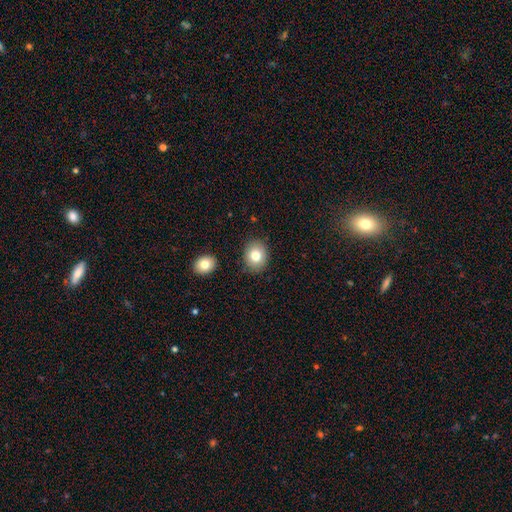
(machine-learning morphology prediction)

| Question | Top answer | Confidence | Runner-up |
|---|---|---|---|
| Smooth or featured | smooth | 79% | featured or disk (11%) |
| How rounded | round | 59% | in between (40%) |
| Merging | none | 85% | minor disturbance (9%) |